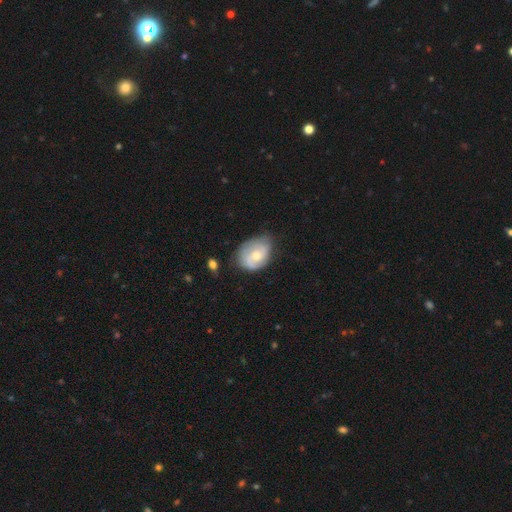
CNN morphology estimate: Smooth or featured? featured or disk (61%)
Edge-on disk? no (97%)
Bar? no (66%)
Spiral arms? yes (86%)
Spiral winding? medium (41%, tied with tight)
Spiral arm count? 2 (55%)
Bulge size? moderate (55%)
Merging? none (59%)